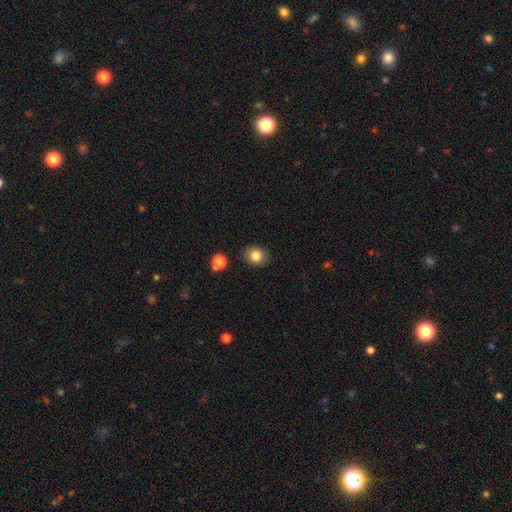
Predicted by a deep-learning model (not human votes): The model was most divided on "how rounded": round: 71%, in between: 28%, cigar-shaped: 1%. More confident: merging — none (87%); smooth or featured — smooth (83%).